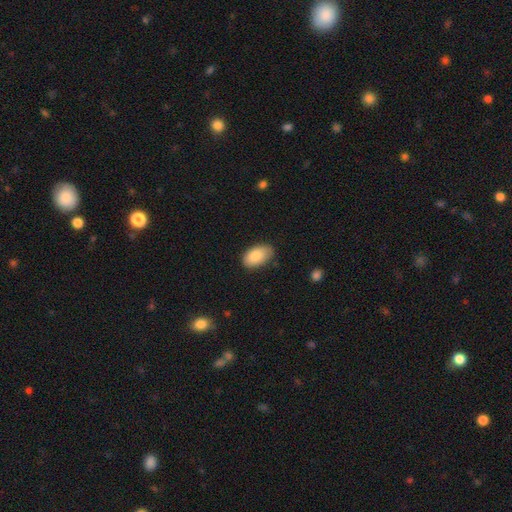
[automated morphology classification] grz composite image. It shows a smooth galaxy with no disk features (87%) that is in between round and cigar-shaped (94%). Merging: none (80%).